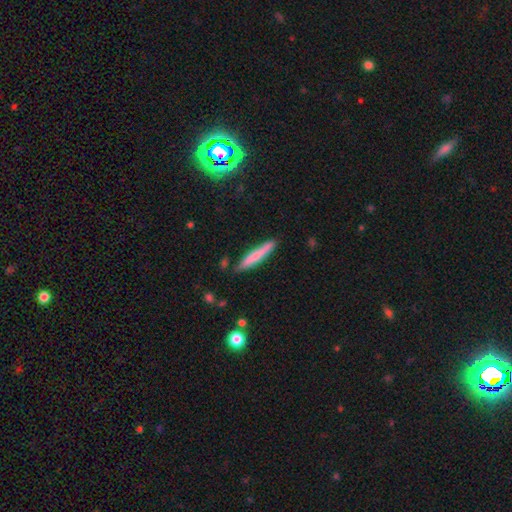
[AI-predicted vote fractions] Smooth or featured? Predicted: smooth (p=0.68). How rounded? Predicted: cigar-shaped (p=0.94). Merging? Predicted: none (p=0.84).